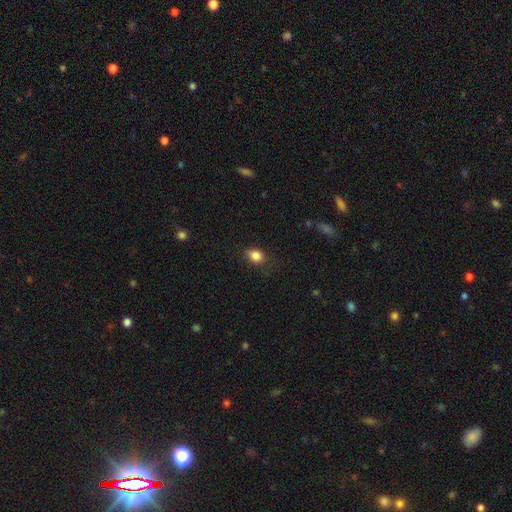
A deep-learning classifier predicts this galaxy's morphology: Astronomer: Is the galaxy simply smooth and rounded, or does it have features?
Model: smooth — 85%.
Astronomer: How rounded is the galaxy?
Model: in between — 54% (runner-up: round, 44%).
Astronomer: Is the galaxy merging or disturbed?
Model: none — 78%.